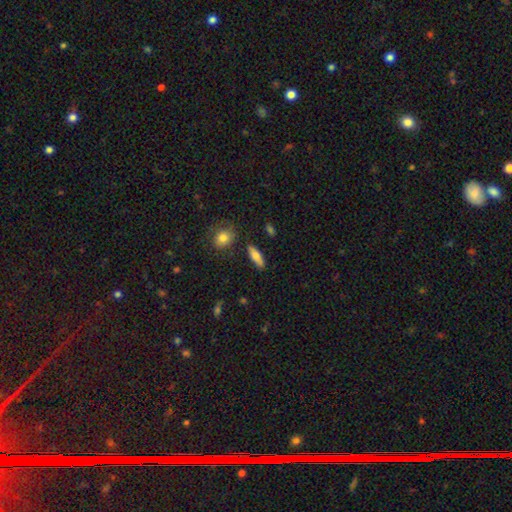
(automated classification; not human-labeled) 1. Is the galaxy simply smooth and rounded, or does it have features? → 71% smooth, 22% featured or disk, 7% star or artifact.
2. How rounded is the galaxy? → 52% in between, 45% cigar-shaped, 3% round.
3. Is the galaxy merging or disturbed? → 85% none, 9% minor disturbance, 3% merger, 2% major disturbance.